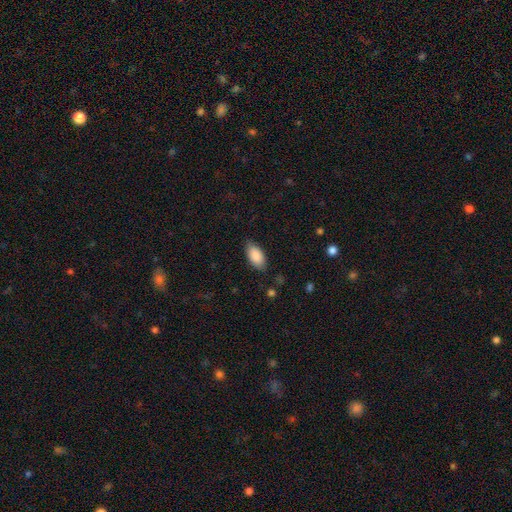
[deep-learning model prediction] This appears to be a smooth galaxy with no disk features (88%) that is in between round and cigar-shaped (93%). Merging: none (79%).